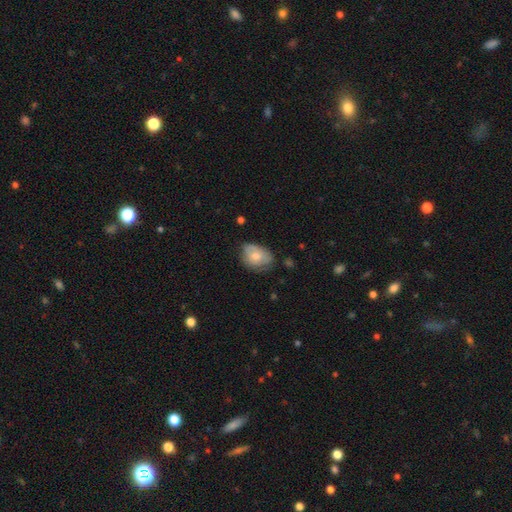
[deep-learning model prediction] Morphology: type=smooth (68%); roundness=in between (73%); merging=none (53%).